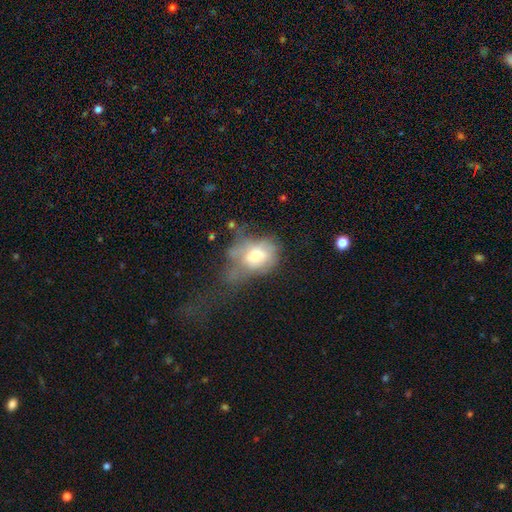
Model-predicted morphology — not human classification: Smooth or featured?
  - smooth: 57% *
  - featured or disk: 32%
  - star or artifact: 11%
How rounded?
  - in between: 74% *
  - round: 25%
  - cigar-shaped: 2%
Merging?
  - major disturbance: 49% *
  - minor disturbance: 23%
  - none: 16%
  - merger: 12%